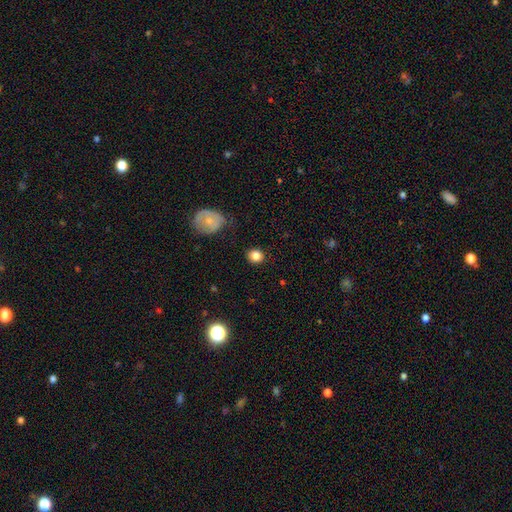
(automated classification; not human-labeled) smooth_or_featured: smooth (p=0.83) [alt: star or artifact p=0.10]
how_rounded: round (p=0.79) [alt: in between p=0.20]
merging: none (p=0.86) [alt: minor disturbance p=0.10]